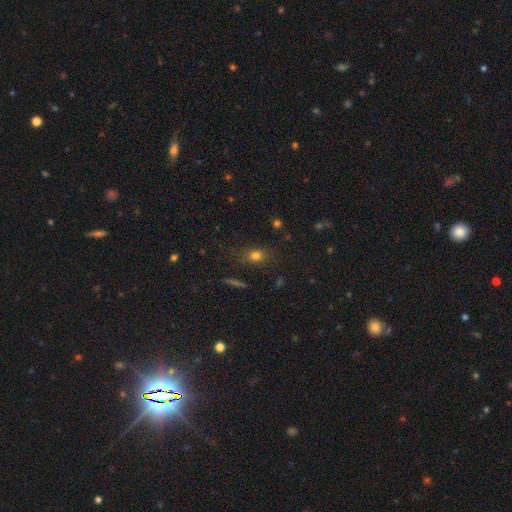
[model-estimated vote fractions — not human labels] smooth 75%, star or artifact 16%, featured or disk 9%. Down the decision tree: how rounded — in between (50%); merging — none (76%).